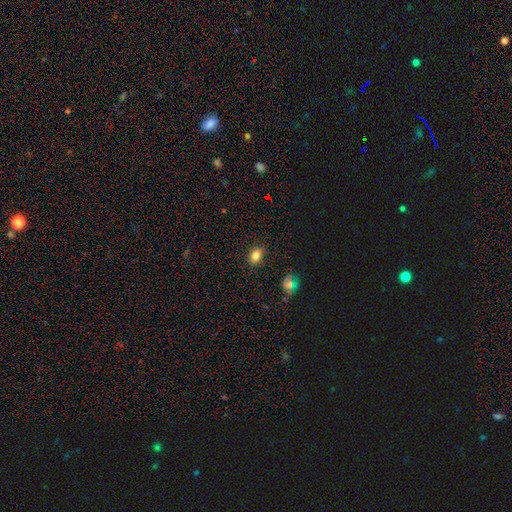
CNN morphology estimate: Smooth or featured: smooth — 82% (star or artifact — 12%)
How rounded: in between — 72% (round — 26%)
Merging: none — 87% (minor disturbance — 10%)